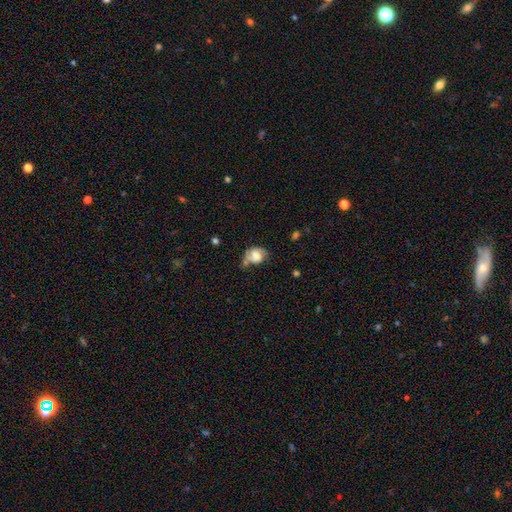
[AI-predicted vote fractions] A smooth galaxy with no disk features (55%) that is in between round and cigar-shaped (57%). Merging: none (36%).